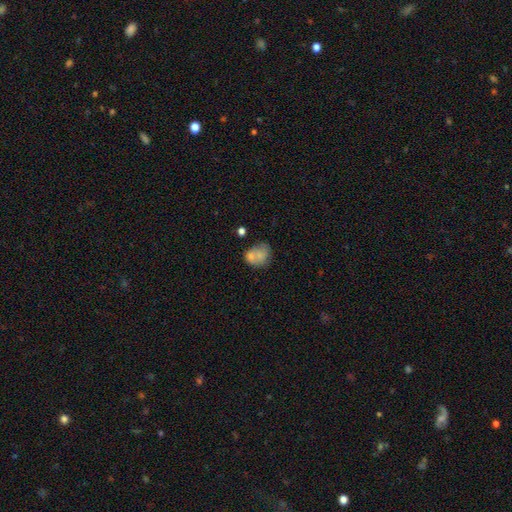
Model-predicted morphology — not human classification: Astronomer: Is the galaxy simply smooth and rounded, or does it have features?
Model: smooth — 69%.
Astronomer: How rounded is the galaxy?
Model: round — 60% (runner-up: in between, 39%).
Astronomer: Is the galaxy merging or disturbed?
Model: none — 38% (runner-up: merger, 34%).